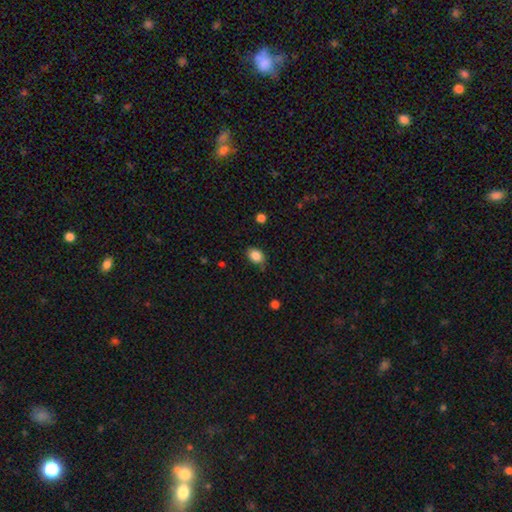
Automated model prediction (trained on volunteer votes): smooth_or_featured: smooth (p=0.86) [alt: star or artifact p=0.09]
how_rounded: in between (p=0.68) [alt: round p=0.31]
merging: none (p=0.73) [alt: minor disturbance p=0.21]